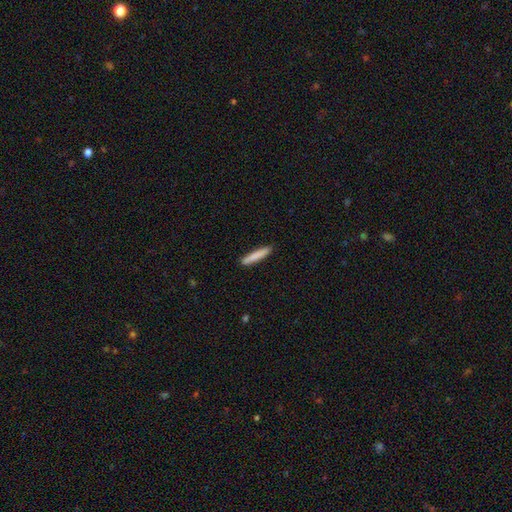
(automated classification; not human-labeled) This is clearly a smooth galaxy (83%). How rounded: clearly cigar-shaped (93%). Merging: clearly none (89%).